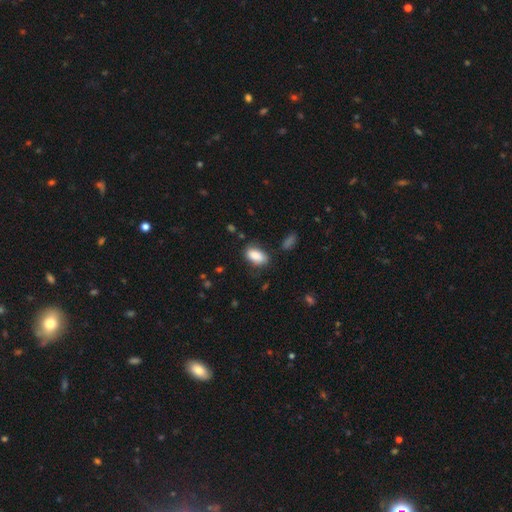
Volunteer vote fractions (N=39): Smooth or featured? smooth (85%)
How rounded? in between (91%)
Merging? none (60%)